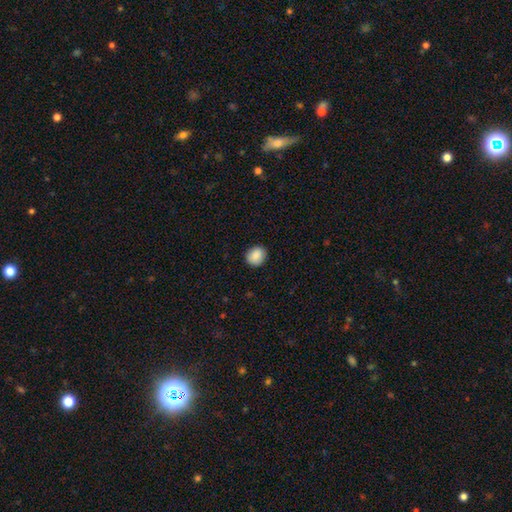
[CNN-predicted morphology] Q: Smooth or featured?
A: smooth (87%); runner-up: star or artifact (8%)
Q: How rounded?
A: round (75%); runner-up: in between (24%)
Q: Merging?
A: none (89%); runner-up: minor disturbance (8%)